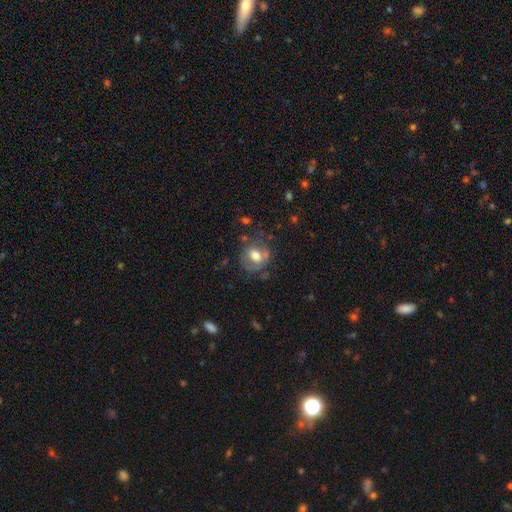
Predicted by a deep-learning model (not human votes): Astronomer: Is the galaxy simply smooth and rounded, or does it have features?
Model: smooth — 57% (runner-up: featured or disk, 34%).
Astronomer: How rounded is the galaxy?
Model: round — 55% (runner-up: in between, 44%).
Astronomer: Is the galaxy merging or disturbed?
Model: none — 55%.